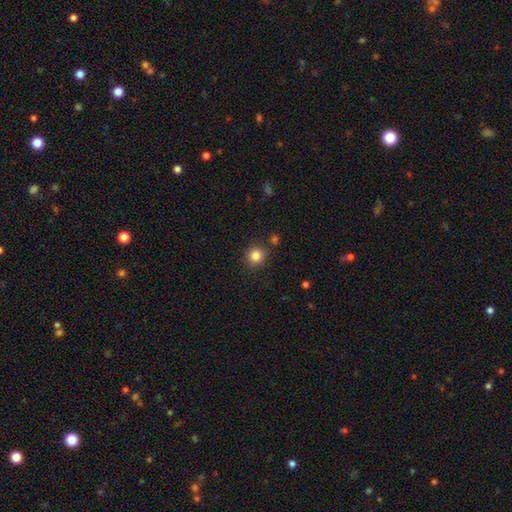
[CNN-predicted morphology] smooth_or_featured: smooth (p=0.84) [alt: star or artifact p=0.12]
how_rounded: round (p=0.91) [alt: in between p=0.08]
merging: none (p=0.87) [alt: minor disturbance p=0.07]